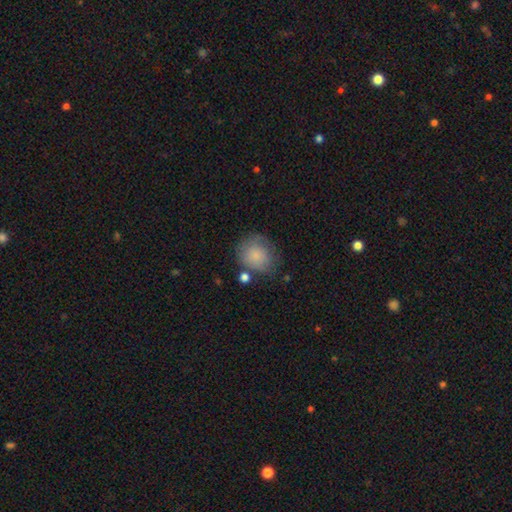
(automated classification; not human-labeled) Smooth or featured?
  - smooth: 80% *
  - featured or disk: 12%
  - star or artifact: 8%
How rounded?
  - round: 74% *
  - in between: 25%
  - cigar-shaped: 1%
Merging?
  - none: 61% *
  - minor disturbance: 23%
  - major disturbance: 9%
  - merger: 7%